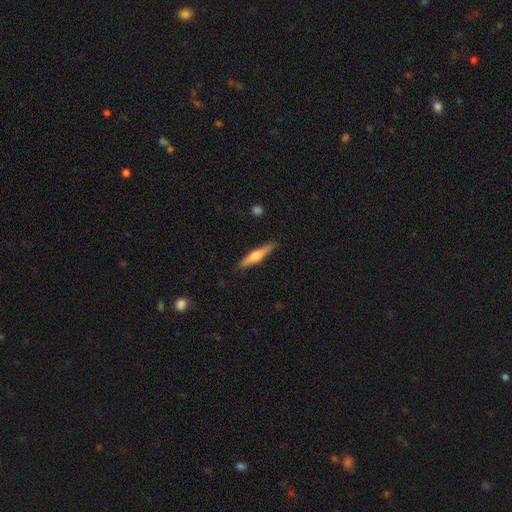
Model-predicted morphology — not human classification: smooth-or-featured: smooth: 48% | featured or disk: 46% | star or artifact: 6%
  merging: none: 88% | minor disturbance: 9% | major disturbance: 2% | merger: 1%